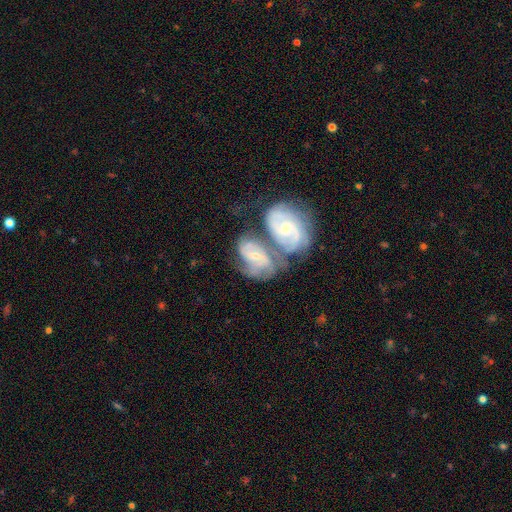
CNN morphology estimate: This is clearly a featured or disk galaxy (81%). It is clearly not viewed edge-on (96%). Bar: marginally no (43%). Spiral arm pattern: clearly yes (94%). Spiral arm count: possibly 2 (49%). Spiral winding: possibly medium (46%). Central bulge: possibly small (60%). Merging: likely merger (66%).